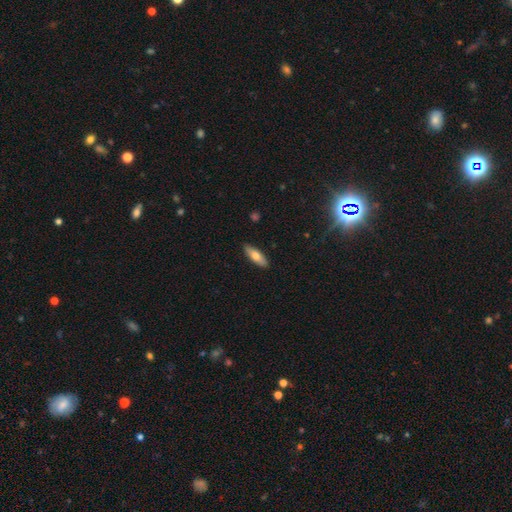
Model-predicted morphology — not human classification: smooth 72%, featured or disk 22%, star or artifact 6%. Down the decision tree: how rounded — in between (57%); merging — none (89%).